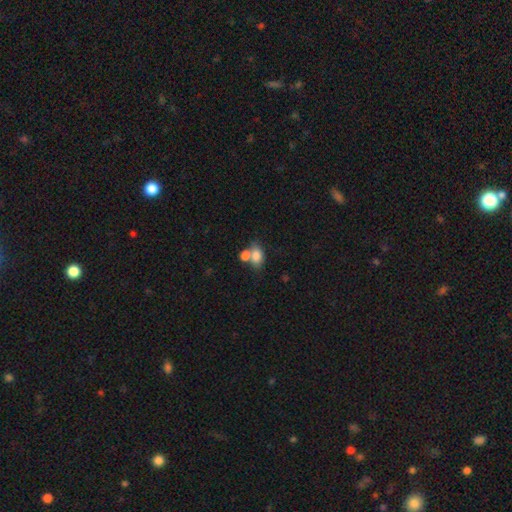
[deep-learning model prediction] smooth_or_featured: smooth (p=0.79) [alt: featured or disk p=0.11]
how_rounded: in between (p=0.84) [alt: round p=0.15]
merging: merger (p=0.53) [alt: none p=0.32]